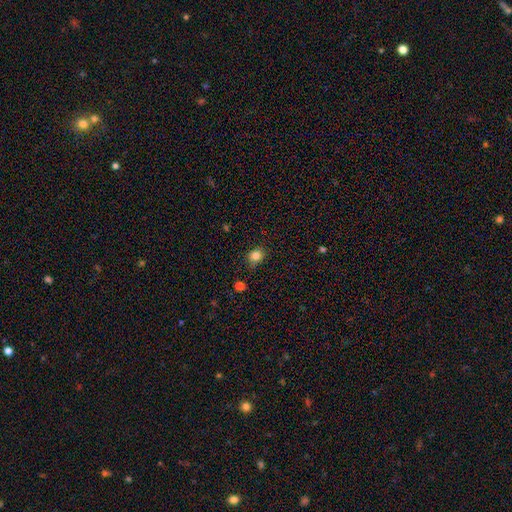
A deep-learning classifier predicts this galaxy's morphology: Smooth or featured? Predicted: smooth (p=0.83). How rounded? Predicted: round (p=0.65). Merging? Predicted: none (p=0.79).